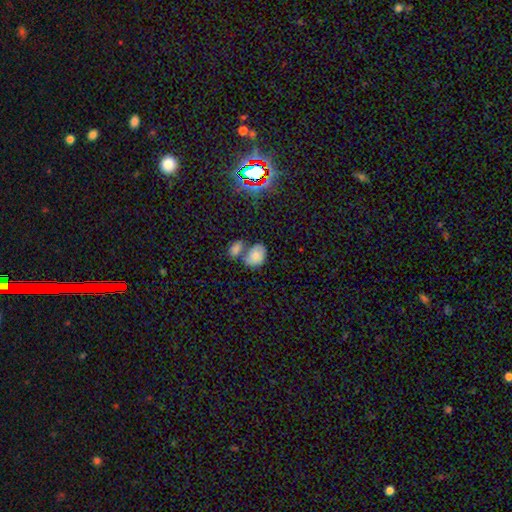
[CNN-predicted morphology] The model was most divided on "merging": merger: 48%, none: 34%, minor disturbance: 13%, major disturbance: 5%. More confident: how rounded — in between (76%); smooth or featured — smooth (74%).